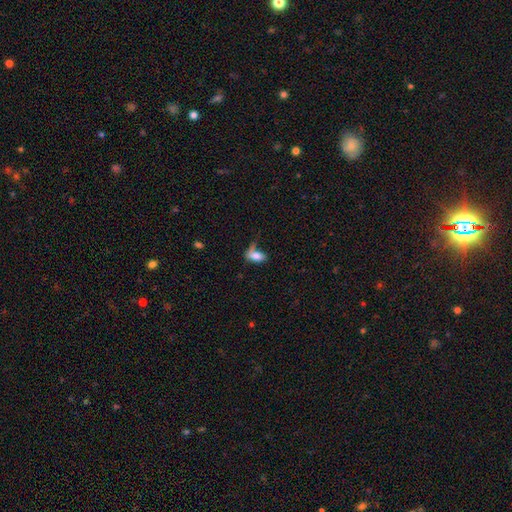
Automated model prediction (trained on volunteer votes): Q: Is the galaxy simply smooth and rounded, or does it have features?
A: smooth — 76%.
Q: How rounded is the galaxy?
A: in between — 87%.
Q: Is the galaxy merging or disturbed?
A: none — 35%.